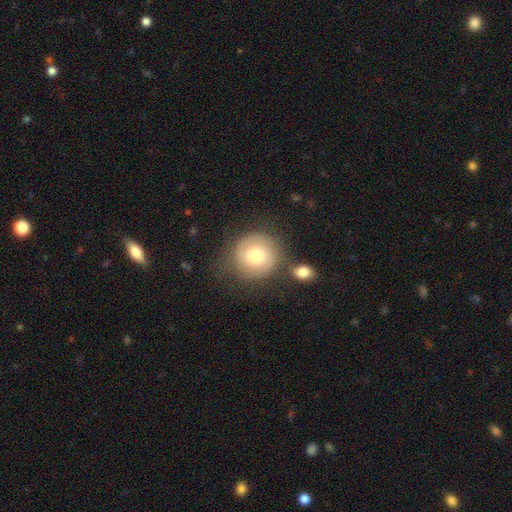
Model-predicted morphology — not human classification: Smooth or featured: featured or disk — 56% (smooth — 37%)
Edge-on disk: no — 97% (yes — 3%)
Bar: no — 69% (weak — 26%)
Spiral arms: yes — 86% (no — 14%)
Bulge size: moderate — 63% (small — 25%)
Merging: none — 68% (minor disturbance — 16%)